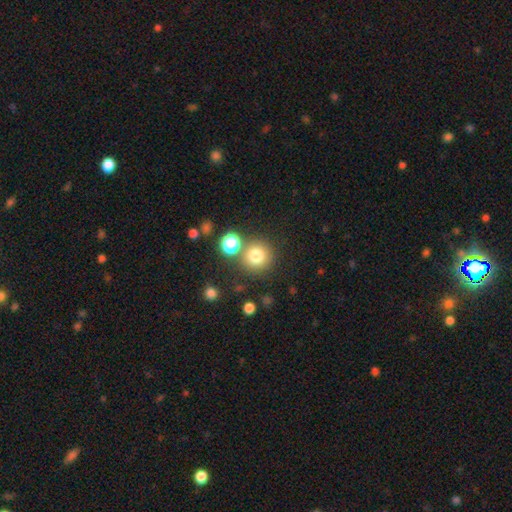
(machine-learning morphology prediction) smooth 77%, star or artifact 15%, featured or disk 8%. Down the decision tree: how rounded — round (94%); merging — none (78%).